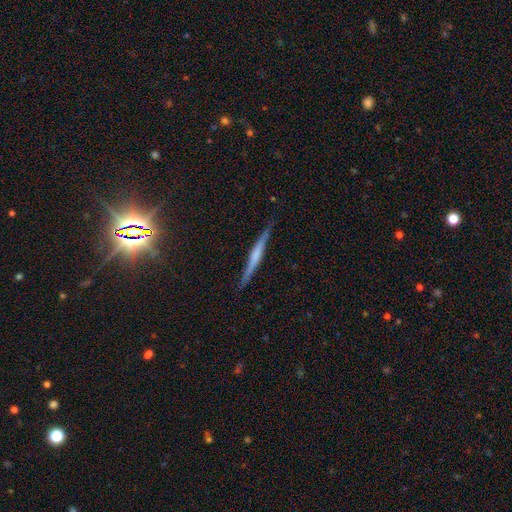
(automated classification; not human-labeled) This is likely a featured or disk galaxy (62%). It is clearly viewed edge-on (97%). Edge-on bulge: marginally rounded (40%). Merging: clearly none (88%).